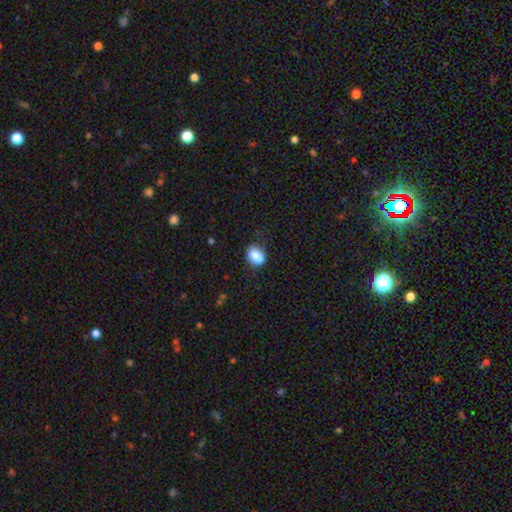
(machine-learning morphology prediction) Smooth or featured: smooth — 82% (featured or disk — 9%)
How rounded: in between — 57% (round — 41%)
Merging: none — 64% (minor disturbance — 25%)